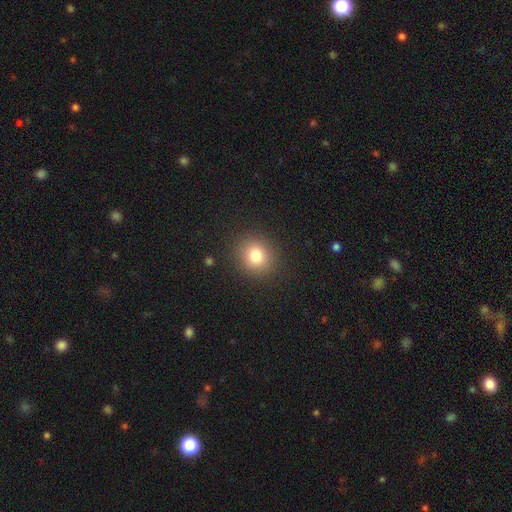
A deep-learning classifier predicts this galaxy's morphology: smooth-or-featured: smooth: 79% | star or artifact: 13% | featured or disk: 8%
  how-rounded: round: 82% | in between: 17% | cigar-shaped: 1%
  merging: none: 89% | minor disturbance: 7% | major disturbance: 3% | merger: 1%